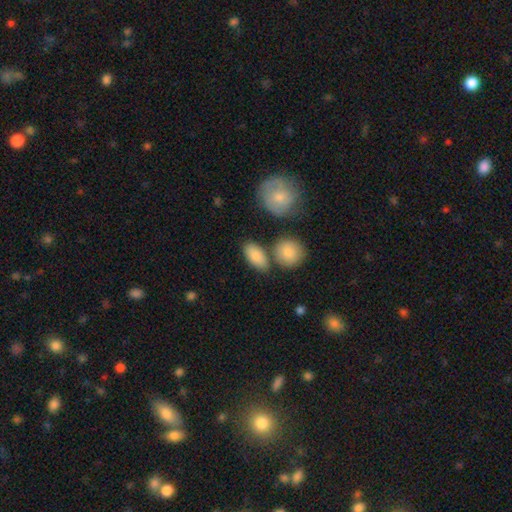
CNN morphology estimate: A smooth galaxy with no disk features (85%) that is in between round and cigar-shaped (88%). Merging: none (72%).